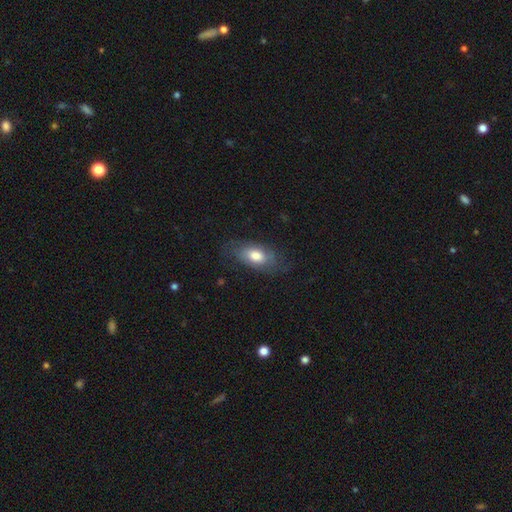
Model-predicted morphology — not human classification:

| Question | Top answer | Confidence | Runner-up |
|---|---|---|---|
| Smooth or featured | smooth | 66% | featured or disk (28%) |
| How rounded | in between | 90% | round (6%) |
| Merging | none | 65% | minor disturbance (22%) |